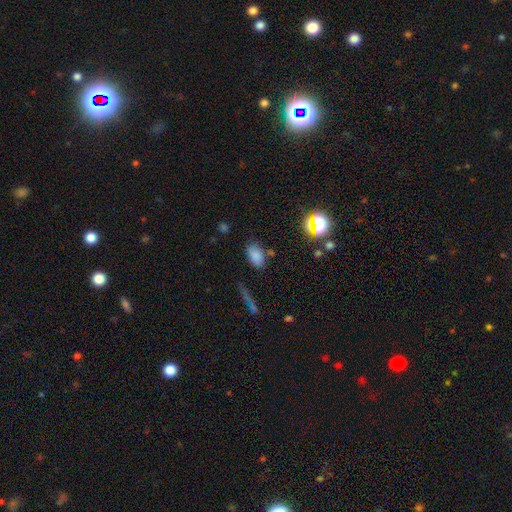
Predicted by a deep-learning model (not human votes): The model was most divided on "merging": none: 74%, minor disturbance: 16%, major disturbance: 5%, merger: 5%. More confident: how rounded — in between (89%); smooth or featured — smooth (78%).